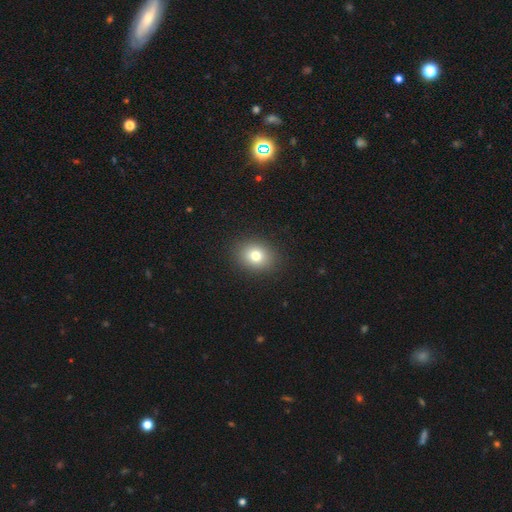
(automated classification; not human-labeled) This is likely a smooth galaxy (77%). How rounded: possibly round (58%). Merging: clearly none (90%).